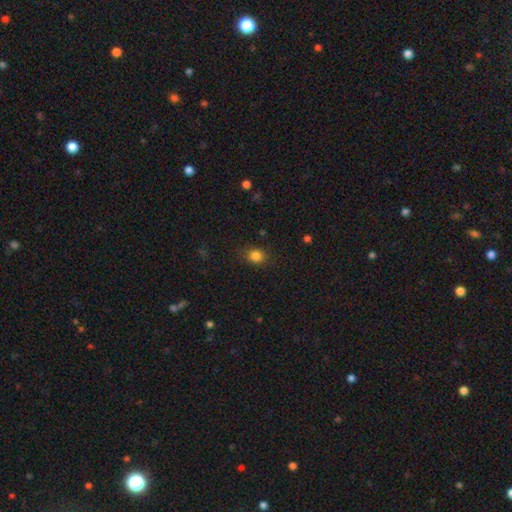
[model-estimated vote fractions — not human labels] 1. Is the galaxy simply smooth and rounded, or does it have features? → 84% smooth, 12% star or artifact, 5% featured or disk.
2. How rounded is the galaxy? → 69% round, 30% in between, 1% cigar-shaped.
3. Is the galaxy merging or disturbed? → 84% none, 12% minor disturbance, 4% major disturbance, 1% merger.